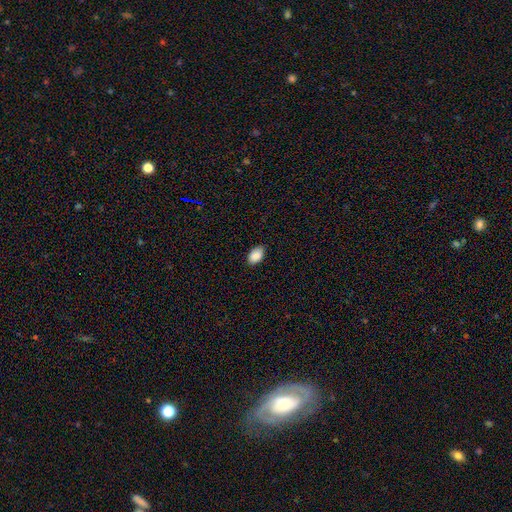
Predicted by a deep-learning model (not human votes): Overall: smooth (89%). How rounded: in between (91%). Merging: none (85%).